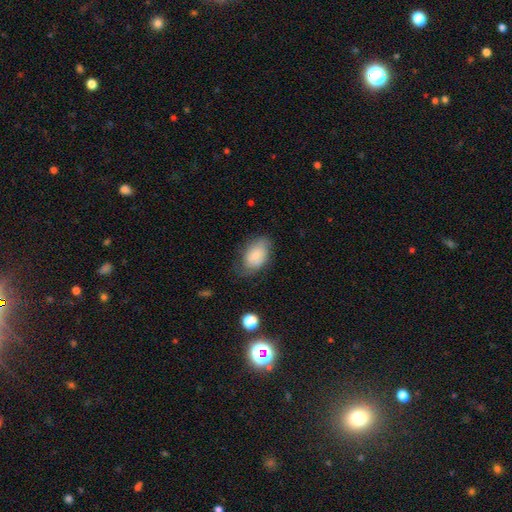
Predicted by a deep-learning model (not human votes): Q: Smooth or featured?
A: smooth (70%); runner-up: featured or disk (22%)
Q: How rounded?
A: in between (89%); runner-up: round (10%)
Q: Merging?
A: none (58%); runner-up: minor disturbance (28%)